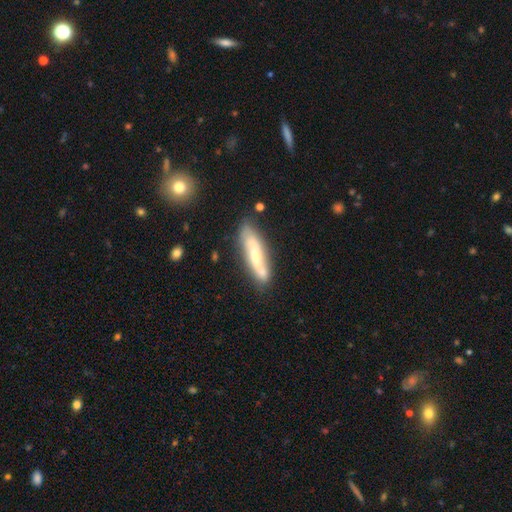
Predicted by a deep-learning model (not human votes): Smooth or featured? Predicted: featured or disk (p=0.48). Merging? Predicted: none (p=0.67).